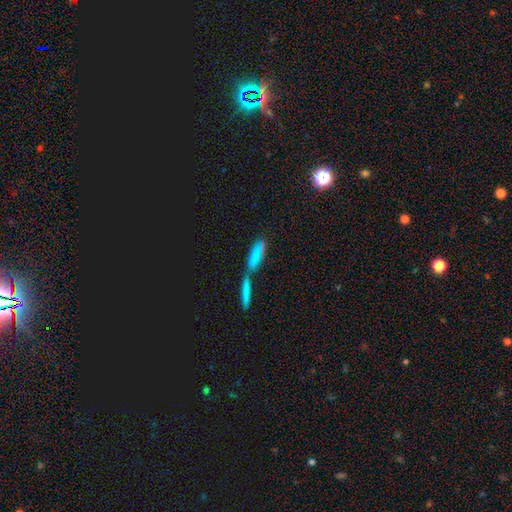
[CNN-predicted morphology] This appears to be a smooth galaxy with no disk features (64%) that is cigar-shaped (59%). Merging: merger (58%).